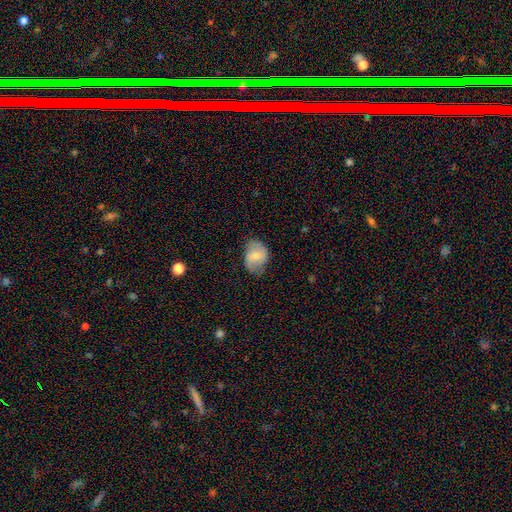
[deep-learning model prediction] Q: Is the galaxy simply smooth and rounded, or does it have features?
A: smooth — 56%.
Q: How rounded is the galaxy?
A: in between — 68%.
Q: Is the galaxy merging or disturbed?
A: none — 66%.